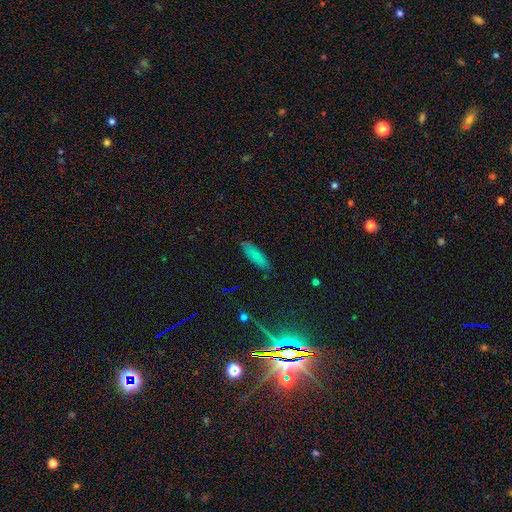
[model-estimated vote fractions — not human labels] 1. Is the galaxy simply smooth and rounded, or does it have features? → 78% smooth, 12% star or artifact, 10% featured or disk.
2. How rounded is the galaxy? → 53% in between, 44% cigar-shaped, 2% round.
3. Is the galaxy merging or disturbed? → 83% none, 12% minor disturbance, 3% major disturbance, 2% merger.